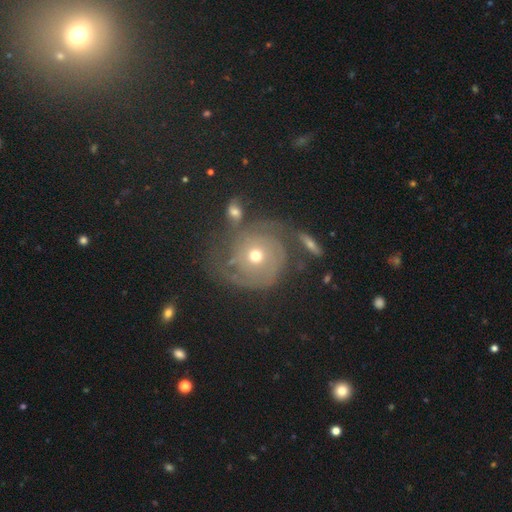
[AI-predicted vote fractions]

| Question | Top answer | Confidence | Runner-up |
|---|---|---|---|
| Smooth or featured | featured or disk | 64% | smooth (27%) |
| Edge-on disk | no | 96% | yes (4%) |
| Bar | no | 84% | weak (13%) |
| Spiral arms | yes | 78% | no (22%) |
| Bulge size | moderate | 56% | small (38%) |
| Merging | none | 52% | minor disturbance (18%) |